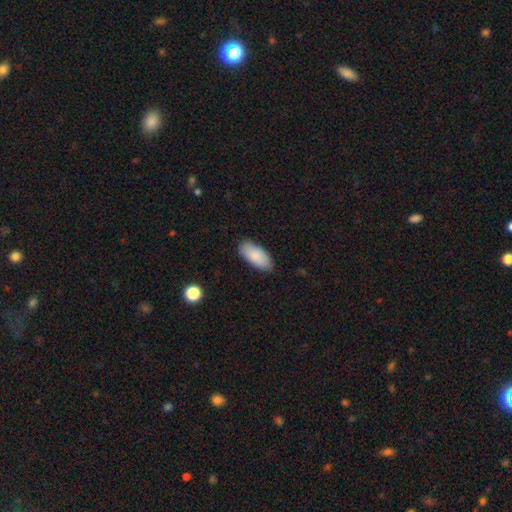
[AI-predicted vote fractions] smooth_or_featured: smooth (p=0.88) [alt: featured or disk p=0.07]
how_rounded: in between (p=0.90) [alt: cigar-shaped p=0.09]
merging: none (p=0.85) [alt: minor disturbance p=0.12]